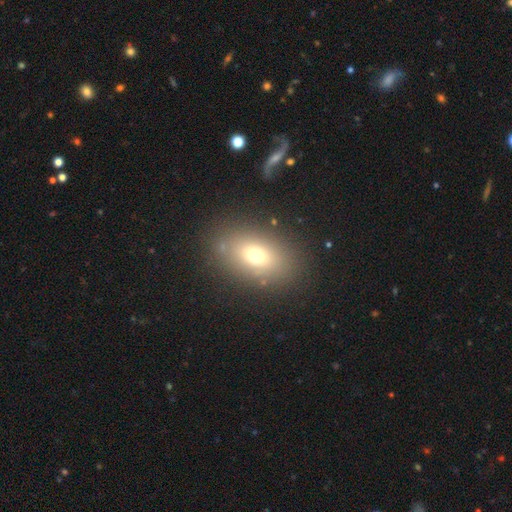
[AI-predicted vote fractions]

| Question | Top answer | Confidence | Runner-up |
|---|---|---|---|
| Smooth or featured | smooth | 69% | featured or disk (18%) |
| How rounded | in between | 81% | round (16%) |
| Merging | none | 81% | minor disturbance (11%) |